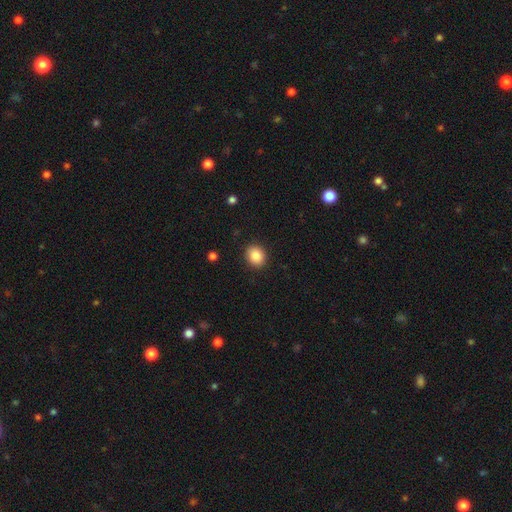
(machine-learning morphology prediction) smooth_or_featured: smooth (p=0.87) [alt: star or artifact p=0.09]
how_rounded: round (p=0.67) [alt: in between p=0.32]
merging: none (p=0.90) [alt: minor disturbance p=0.07]